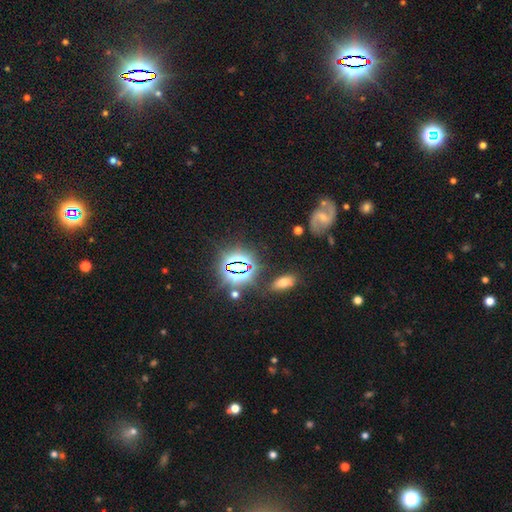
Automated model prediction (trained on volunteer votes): smooth-or-featured: star or artifact: 79% | smooth: 12% | featured or disk: 9%